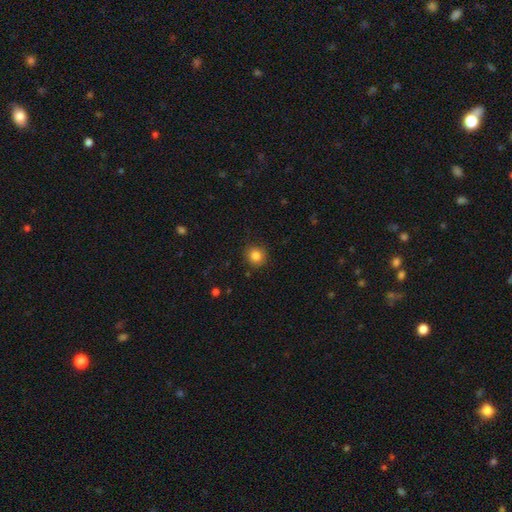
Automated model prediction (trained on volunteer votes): smooth_or_featured: smooth (p=0.84) [alt: star or artifact p=0.11]
how_rounded: round (p=0.90) [alt: in between p=0.09]
merging: none (p=0.89) [alt: minor disturbance p=0.07]